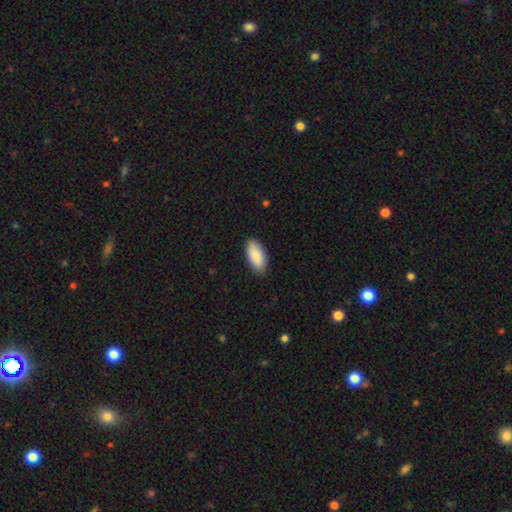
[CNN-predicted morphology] Smooth or featured?
  - smooth: 88% *
  - featured or disk: 6%
  - star or artifact: 5%
How rounded?
  - in between: 89% *
  - cigar-shaped: 9%
  - round: 2%
Merging?
  - none: 88% *
  - minor disturbance: 9%
  - major disturbance: 2%
  - merger: 1%